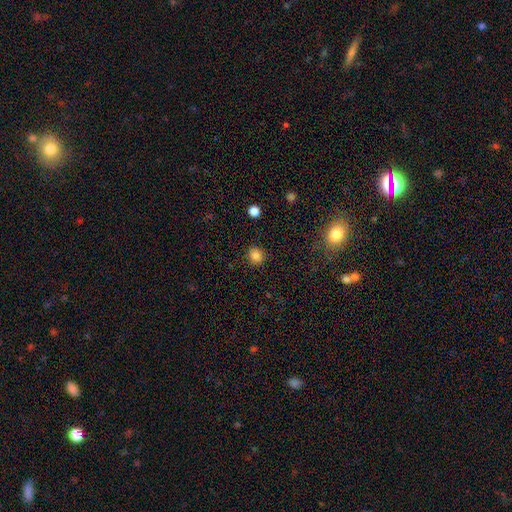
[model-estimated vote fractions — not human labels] This appears to be a smooth galaxy with no disk features (84%) that is round (84%). Merging: none (90%).